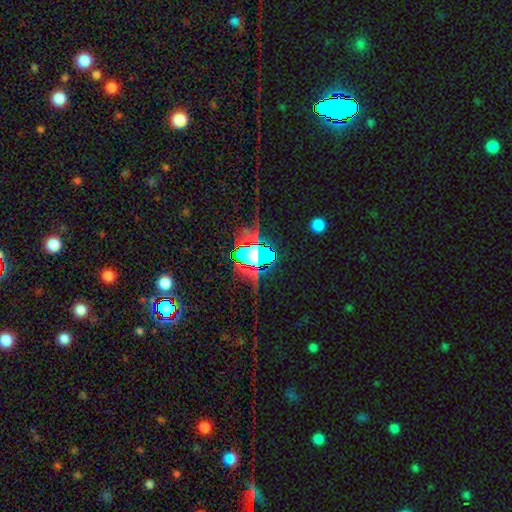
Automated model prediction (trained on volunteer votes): Smooth or featured?
  - star or artifact: 78% *
  - smooth: 12%
  - featured or disk: 10%